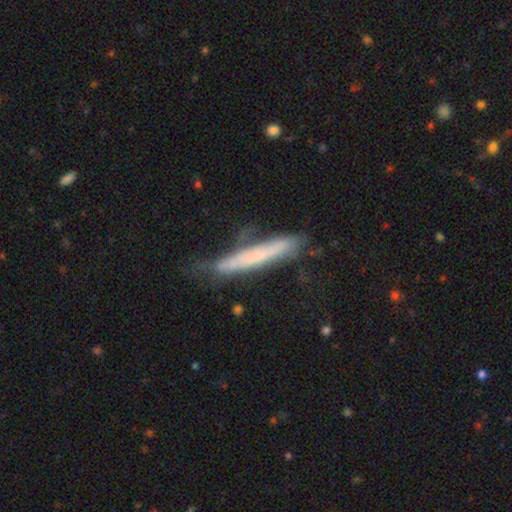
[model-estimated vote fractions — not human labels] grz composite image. It shows a smooth galaxy with no disk features (52%) that is cigar-shaped (95%). Merging: none (56%).